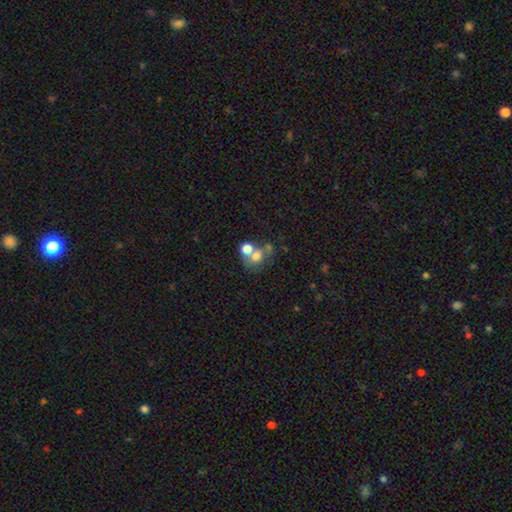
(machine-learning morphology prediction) Smooth or featured: smooth — 64% (featured or disk — 22%)
How rounded: round — 63% (in between — 36%)
Merging: merger — 51% (none — 31%)